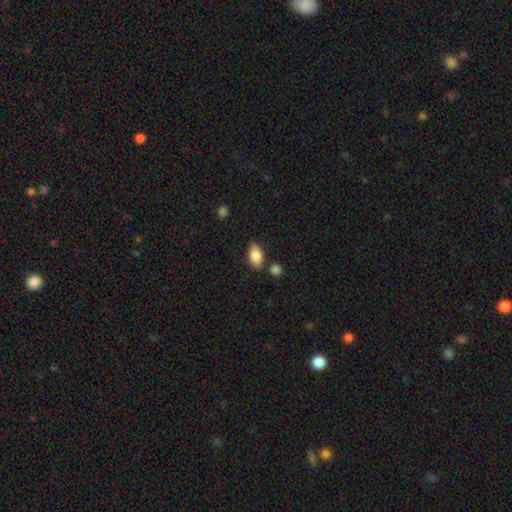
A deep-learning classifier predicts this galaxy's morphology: smooth-or-featured: smooth: 85% | featured or disk: 8% | star or artifact: 7%
  how-rounded: in between: 91% | round: 5% | cigar-shaped: 4%
  merging: none: 79% | minor disturbance: 12% | merger: 7% | major disturbance: 3%